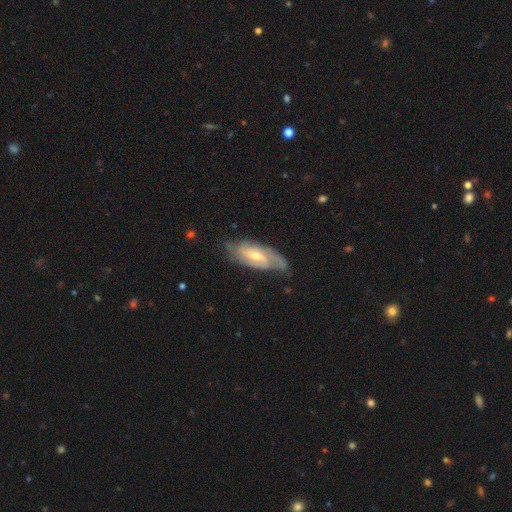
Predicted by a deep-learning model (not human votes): Overall: featured or disk (81%). Edge-on disk: no (91%). Bar: weak (49%; no 34%). Spiral arms: yes (95%). Spiral arm count: 2 (59%; can't tell 20%). Spiral winding: tight (45%; medium 42%). Bulge size: small (49%; moderate 46%). Merging: none (69%).